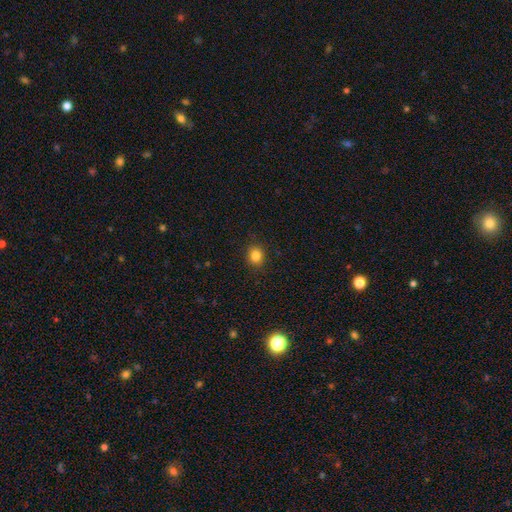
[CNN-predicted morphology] Smooth or featured: smooth — 84% (star or artifact — 12%)
How rounded: round — 77% (in between — 22%)
Merging: none — 89% (minor disturbance — 8%)